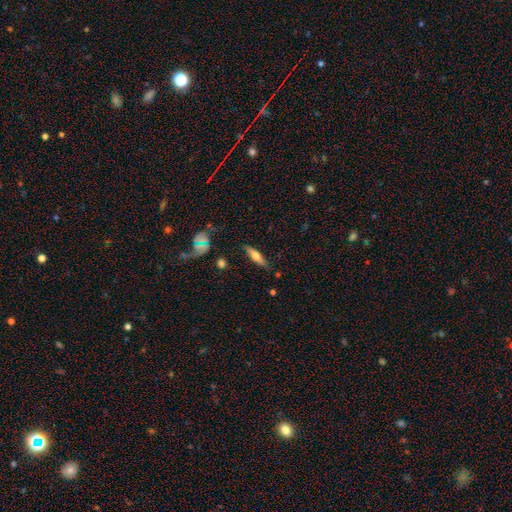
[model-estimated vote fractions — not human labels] A smooth galaxy with no disk features (47%).

Vote fractions:
- Smooth or featured? smooth: 47% / featured or disk: 45% / star or artifact: 7%
- Merging? none: 80% / minor disturbance: 14% / major disturbance: 3% / merger: 2%